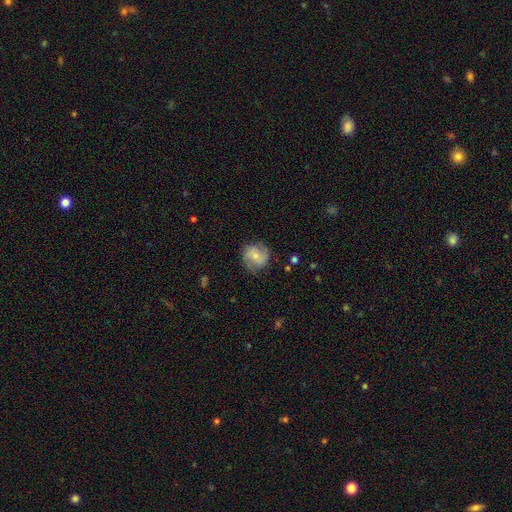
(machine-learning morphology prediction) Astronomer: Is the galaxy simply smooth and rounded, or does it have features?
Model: smooth — 53% (runner-up: featured or disk, 39%).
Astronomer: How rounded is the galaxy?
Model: round — 84%.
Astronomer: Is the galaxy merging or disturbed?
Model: none — 74%.